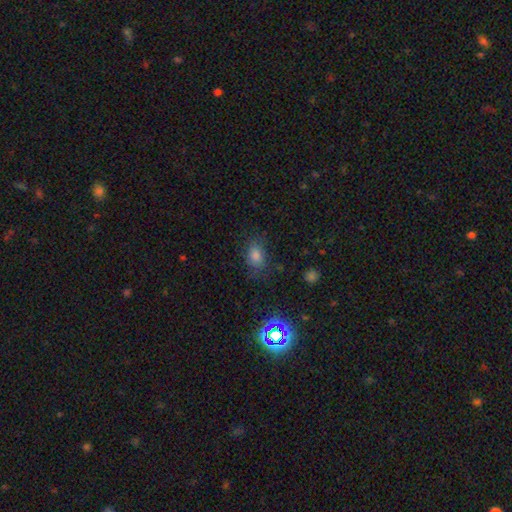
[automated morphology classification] smooth 76%, star or artifact 17%, featured or disk 7%. Down the decision tree: how rounded — in between (75%); merging — none (74%).